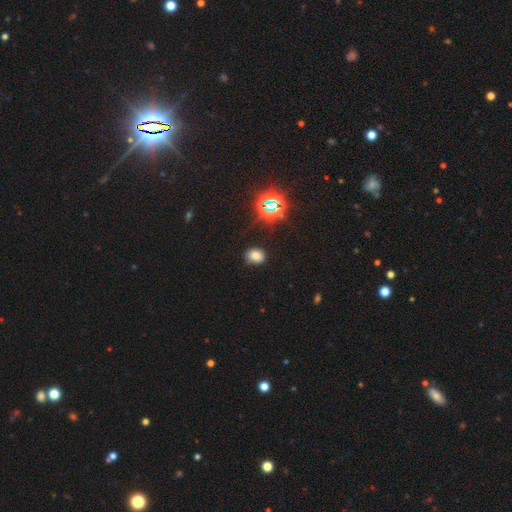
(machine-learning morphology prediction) Overall: smooth (73%). How rounded: round (50%; in between 49%). Merging: none (83%).